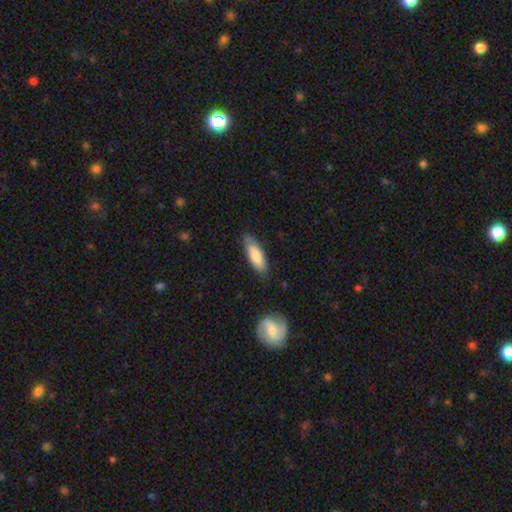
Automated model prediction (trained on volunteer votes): smooth_or_featured: smooth (p=0.79) [alt: featured or disk p=0.15]
how_rounded: in between (p=0.59) [alt: cigar-shaped p=0.39]
merging: none (p=0.76) [alt: minor disturbance p=0.18]